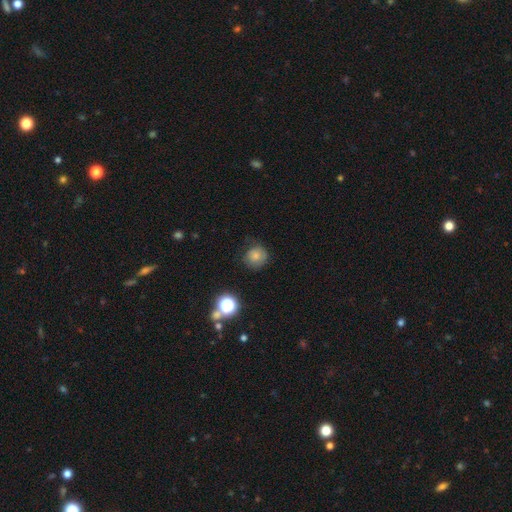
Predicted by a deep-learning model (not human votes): Q: Smooth or featured?
A: smooth (75%); runner-up: star or artifact (13%)
Q: How rounded?
A: round (89%); runner-up: in between (10%)
Q: Merging?
A: none (71%); runner-up: minor disturbance (20%)